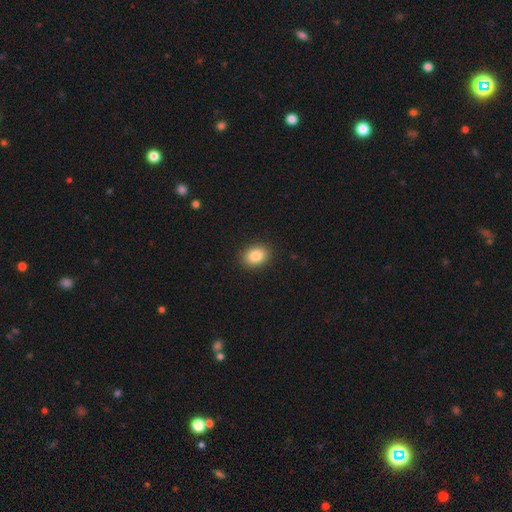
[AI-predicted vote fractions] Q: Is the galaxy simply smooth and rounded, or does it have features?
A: smooth — 85%.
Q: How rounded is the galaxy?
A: in between — 61%.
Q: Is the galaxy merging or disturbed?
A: none — 90%.